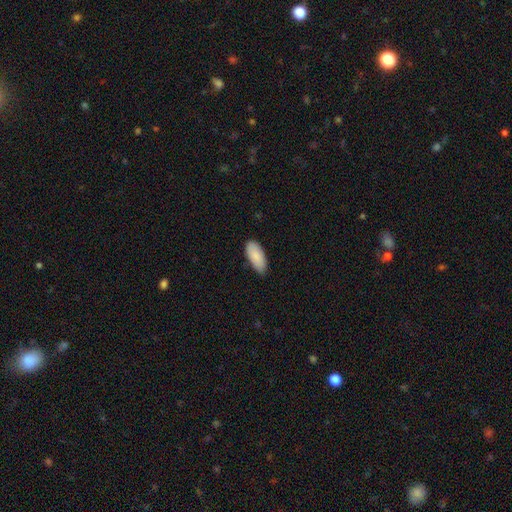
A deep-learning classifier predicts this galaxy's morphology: Smooth or featured? smooth (88%)
How rounded? in between (92%)
Merging? none (75%)